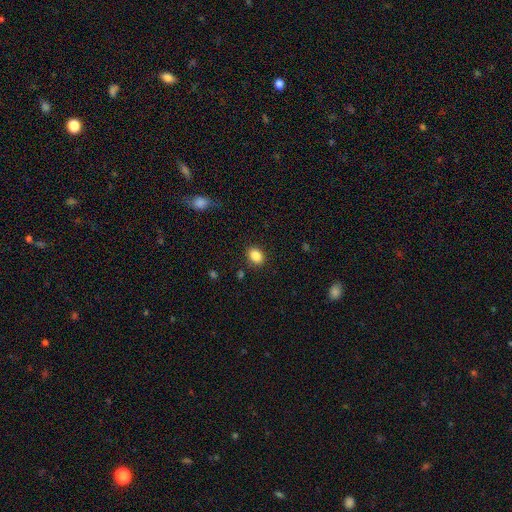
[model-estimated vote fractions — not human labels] smooth-or-featured: smooth: 86% | star or artifact: 9% | featured or disk: 5%
  how-rounded: in between: 64% | round: 35% | cigar-shaped: 1%
  merging: none: 86% | minor disturbance: 10% | major disturbance: 3% | merger: 2%